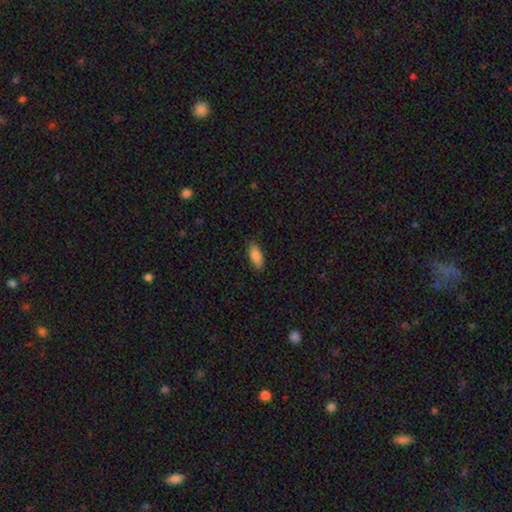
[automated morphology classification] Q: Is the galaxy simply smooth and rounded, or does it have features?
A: smooth — 86%.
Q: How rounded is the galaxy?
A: in between — 83%.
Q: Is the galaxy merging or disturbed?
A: none — 86%.